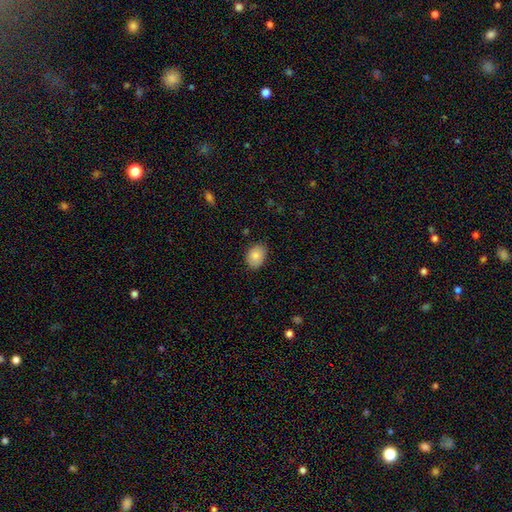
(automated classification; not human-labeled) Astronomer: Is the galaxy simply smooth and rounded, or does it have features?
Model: smooth — 84%.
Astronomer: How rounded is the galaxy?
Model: in between — 73%.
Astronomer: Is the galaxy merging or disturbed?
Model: none — 81%.